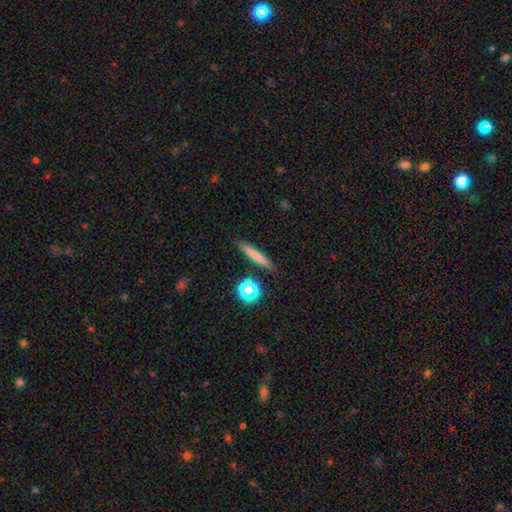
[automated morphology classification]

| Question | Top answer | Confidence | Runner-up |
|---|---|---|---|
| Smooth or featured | smooth | 74% | featured or disk (17%) |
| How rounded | cigar-shaped | 90% | in between (7%) |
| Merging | none | 87% | minor disturbance (8%) |